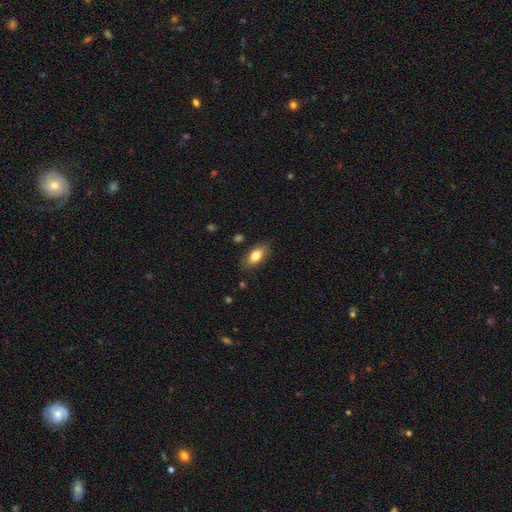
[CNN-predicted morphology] Smooth or featured? Predicted: smooth (p=0.80). How rounded? Predicted: in between (p=0.88). Merging? Predicted: none (p=0.84).